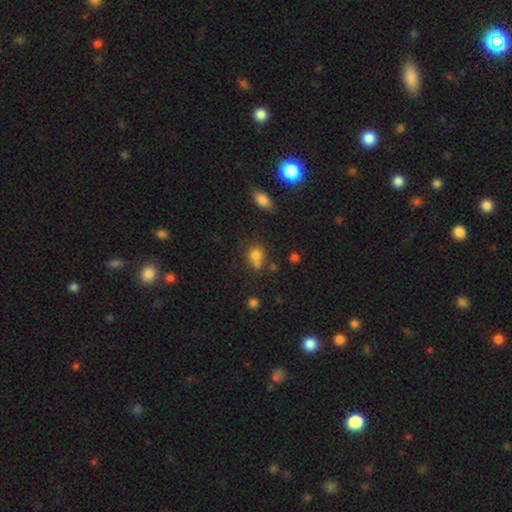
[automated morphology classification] A smooth galaxy with no disk features (77%) that is round (71%).

Vote fractions:
- Smooth or featured? smooth: 77% / star or artifact: 14% / featured or disk: 10%
- How rounded? round: 71% / in between: 28% / cigar-shaped: 1%
- Merging? none: 47% / merger: 33% / minor disturbance: 15% / major disturbance: 6%